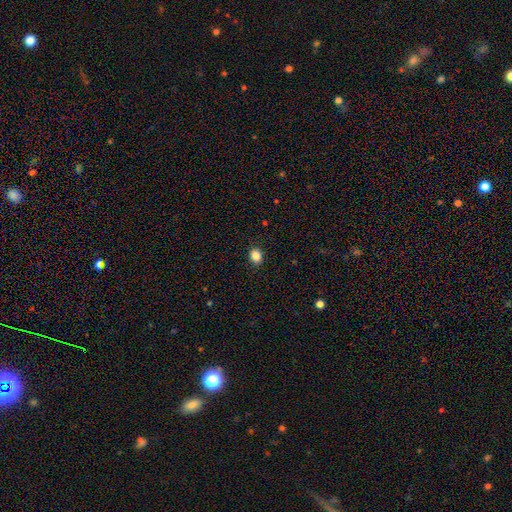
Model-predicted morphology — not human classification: Smooth or featured? Predicted: smooth (p=0.87). How rounded? Predicted: round (p=0.58). Merging? Predicted: none (p=0.89).